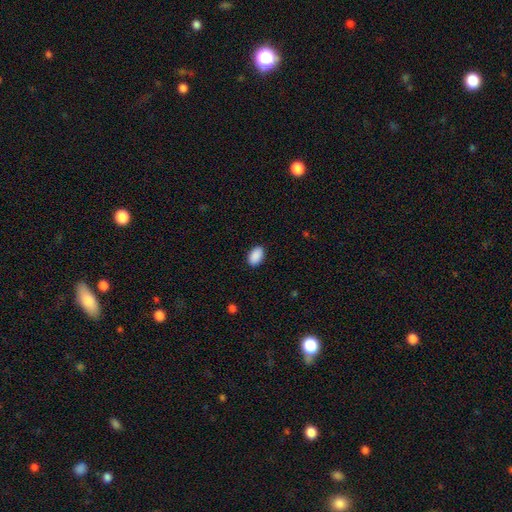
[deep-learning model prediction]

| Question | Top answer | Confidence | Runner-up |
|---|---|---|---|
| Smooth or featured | smooth | 91% | star or artifact (7%) |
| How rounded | in between | 91% | round (8%) |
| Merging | none | 88% | minor disturbance (8%) |